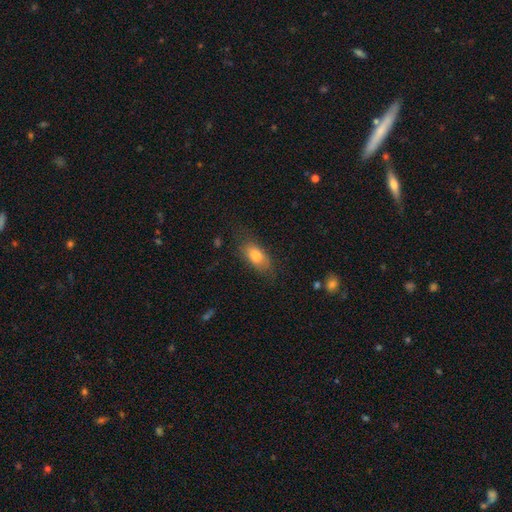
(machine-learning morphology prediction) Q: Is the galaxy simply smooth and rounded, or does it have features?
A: smooth — 78%.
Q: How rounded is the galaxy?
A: in between — 86%.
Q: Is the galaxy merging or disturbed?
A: none — 72%.